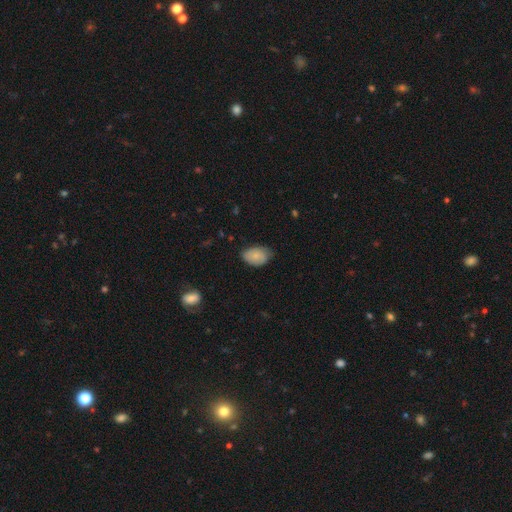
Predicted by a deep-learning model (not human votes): Smooth or featured? Predicted: smooth (p=0.80). How rounded? Predicted: in between (p=0.88). Merging? Predicted: none (p=0.64).